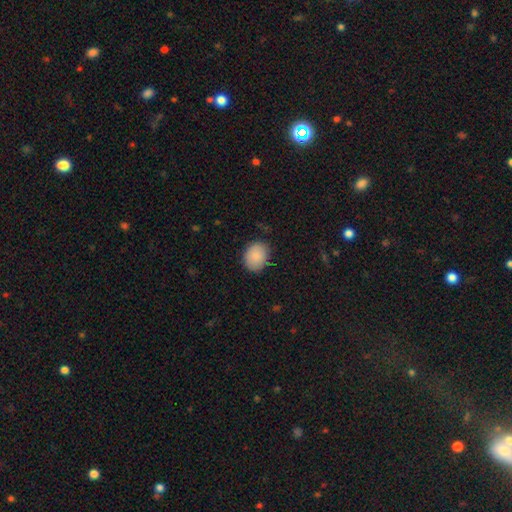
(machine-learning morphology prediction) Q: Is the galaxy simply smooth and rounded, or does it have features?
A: smooth — 87%.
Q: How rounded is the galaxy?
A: in between — 53%.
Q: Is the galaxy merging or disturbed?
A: none — 80%.